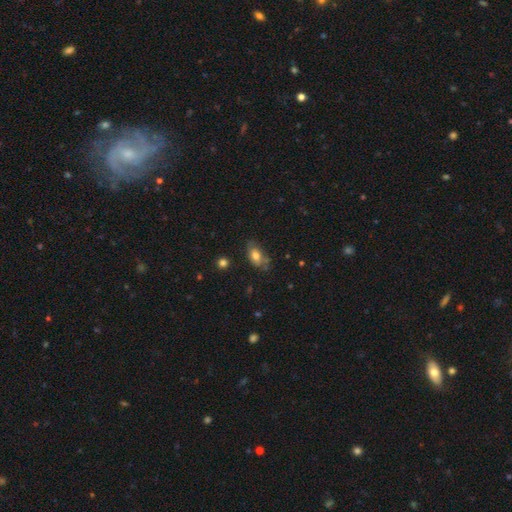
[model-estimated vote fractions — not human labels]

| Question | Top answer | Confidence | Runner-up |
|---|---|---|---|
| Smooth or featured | smooth | 72% | featured or disk (19%) |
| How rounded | in between | 87% | round (9%) |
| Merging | none | 58% | minor disturbance (29%) |